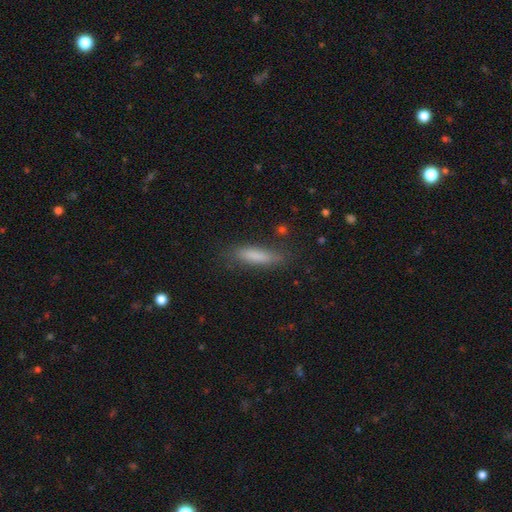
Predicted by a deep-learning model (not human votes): A smooth galaxy with no disk features (80%) that is cigar-shaped (70%). Merging: none (78%).